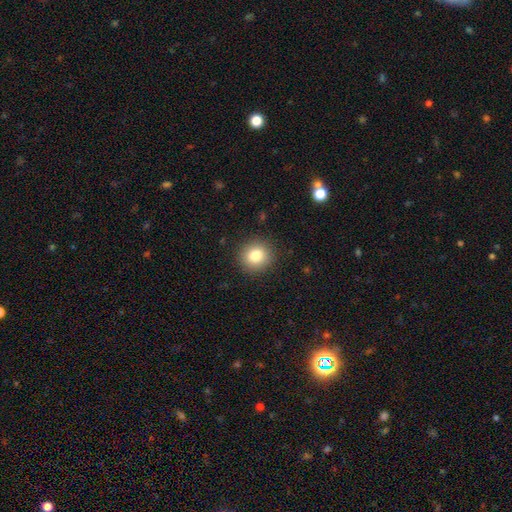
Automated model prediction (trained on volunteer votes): Smooth or featured: smooth — 82% (star or artifact — 11%)
How rounded: round — 90% (in between — 9%)
Merging: none — 90% (minor disturbance — 6%)